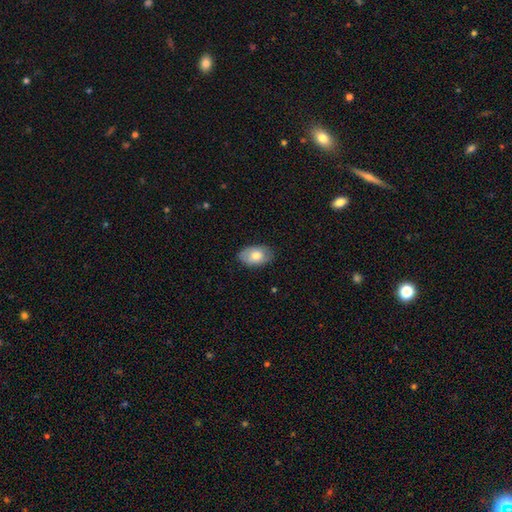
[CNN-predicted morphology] Smooth or featured?
  - smooth: 70% *
  - featured or disk: 24%
  - star or artifact: 6%
How rounded?
  - in between: 90% *
  - round: 8%
  - cigar-shaped: 1%
Merging?
  - none: 81% *
  - minor disturbance: 15%
  - major disturbance: 3%
  - merger: 1%